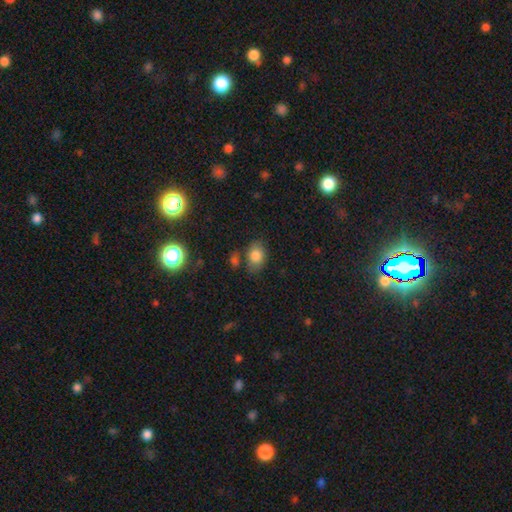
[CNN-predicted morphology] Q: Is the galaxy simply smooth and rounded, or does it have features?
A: smooth — 80%.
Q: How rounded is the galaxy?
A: in between — 79%.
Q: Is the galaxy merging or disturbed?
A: none — 69%.